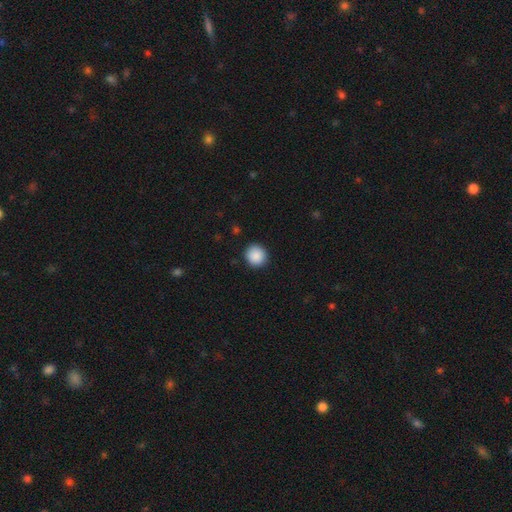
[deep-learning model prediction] A smooth galaxy with no disk features (89%) that is round (91%).

Vote fractions:
- Smooth or featured? smooth: 89% / star or artifact: 8% / featured or disk: 3%
- How rounded? round: 91% / in between: 8% / cigar-shaped: 1%
- Merging? none: 90% / minor disturbance: 7% / major disturbance: 2% / merger: 1%